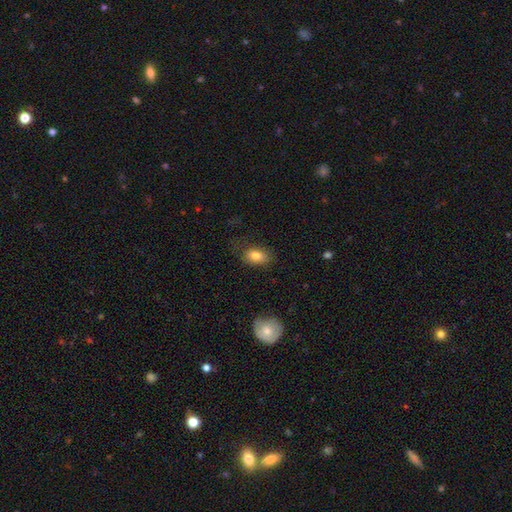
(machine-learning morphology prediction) smooth_or_featured: smooth (p=0.82) [alt: star or artifact p=0.09]
how_rounded: in between (p=0.84) [alt: round p=0.14]
merging: none (p=0.74) [alt: minor disturbance p=0.18]